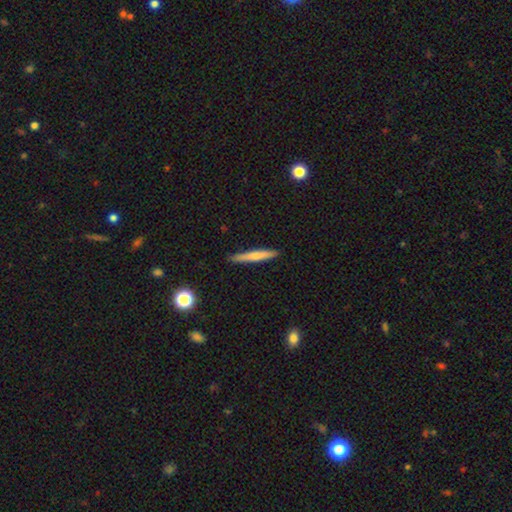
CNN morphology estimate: smooth_or_featured: smooth (p=0.63) [alt: featured or disk p=0.31]
how_rounded: cigar-shaped (p=0.95) [alt: in between p=0.04]
merging: none (p=0.89) [alt: minor disturbance p=0.08]